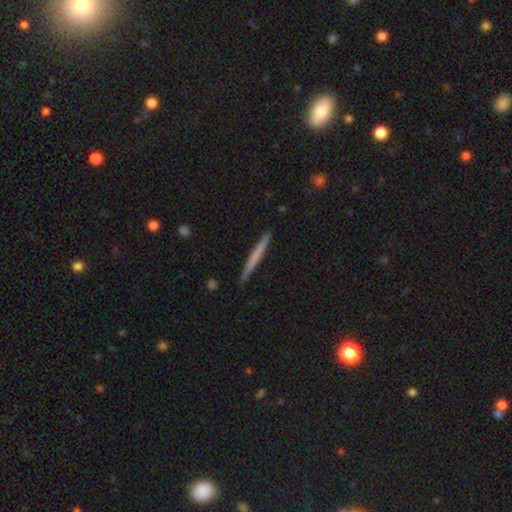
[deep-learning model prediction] This appears to be a smooth galaxy with no disk features (60%) that is cigar-shaped (97%). Merging: none (91%).